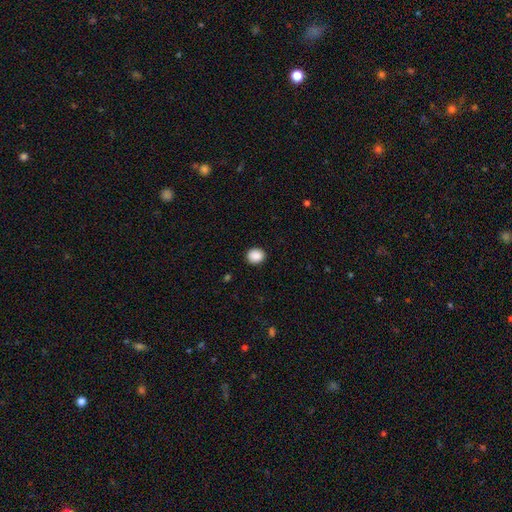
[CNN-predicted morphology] Overall: smooth (89%). How rounded: round (73%). Merging: none (91%).